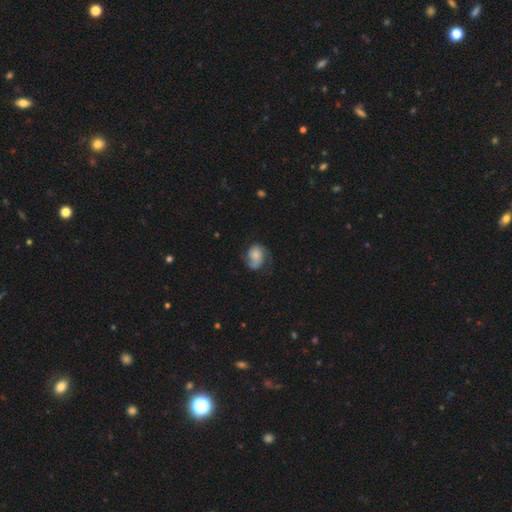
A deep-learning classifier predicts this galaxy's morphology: Smooth or featured?
  - featured or disk: 58% *
  - smooth: 35%
  - star or artifact: 8%
Edge-on disk?
  - no: 98% *
  - yes: 2%
Bar?
  - no: 69% *
  - weak: 26%
  - strong: 5%
Spiral arms?
  - yes: 91% *
  - no: 9%
Spiral winding?
  - medium: 43% *
  - loose: 29%
  - tight: 28%
Spiral arm count?
  - 2: 72% *
  - 1: 15%
  - can't tell: 8%
  - 3: 2%
  - 4: 1%
  - more than 4: 1%
Bulge size?
  - small: 37% *
  - moderate: 30%
  - none: 18%
  - large: 12%
  - dominant: 3%
Merging?
  - none: 58% *
  - minor disturbance: 25%
  - major disturbance: 15%
  - merger: 2%